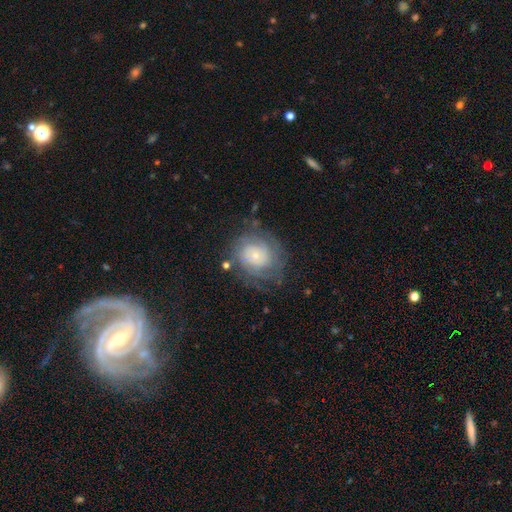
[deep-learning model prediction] smooth-or-featured: featured or disk: 64% | smooth: 27% | star or artifact: 9%
  disk-edge-on: no: 97% | yes: 3%
    bar: no: 81% | weak: 16% | strong: 3%
    has-spiral-arms: yes: 81% | no: 19%
      spiral-winding: tight: 66% | medium: 24% | loose: 10%
      spiral-arm-count: can't tell: 54% | 2: 17% | 3: 11% | 4: 8% | more than 4: 5% | 1: 5%
    bulge-size: small: 69% | moderate: 23% | large: 4% | none: 3% | dominant: 2%
  merging: none: 64% | minor disturbance: 19% | major disturbance: 14% | merger: 3%